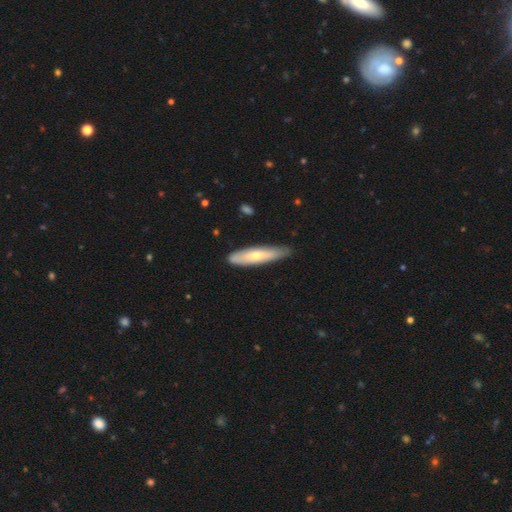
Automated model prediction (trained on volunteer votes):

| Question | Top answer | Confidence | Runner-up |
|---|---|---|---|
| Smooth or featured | smooth | 57% | featured or disk (38%) |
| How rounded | cigar-shaped | 81% | in between (17%) |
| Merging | none | 79% | minor disturbance (17%) |